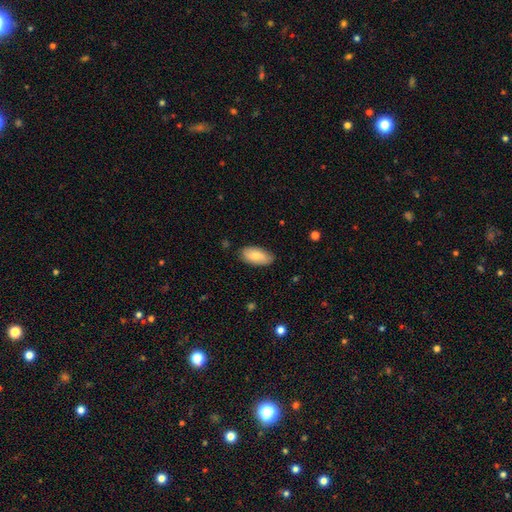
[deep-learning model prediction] This appears to be a smooth galaxy with no disk features (77%) that is in between round and cigar-shaped (92%). Merging: none (80%).